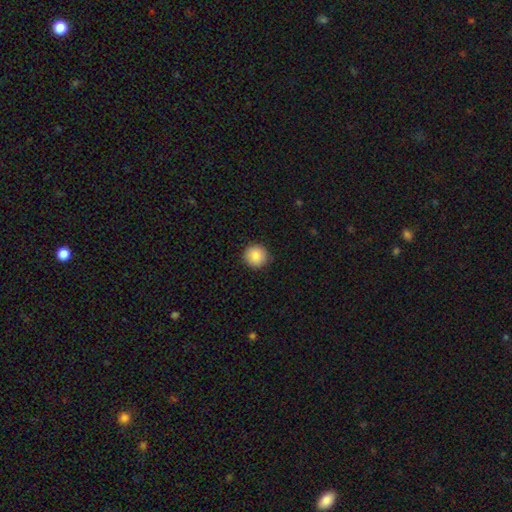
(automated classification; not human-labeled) This appears to be a smooth galaxy with no disk features (87%) that is round (95%). Merging: none (91%).